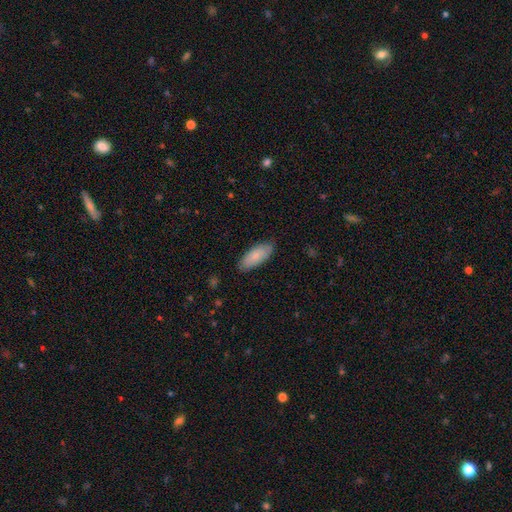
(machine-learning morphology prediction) smooth-or-featured: smooth: 83% | featured or disk: 11% | star or artifact: 5%
  how-rounded: in between: 83% | cigar-shaped: 16% | round: 2%
  merging: none: 84% | minor disturbance: 13% | major disturbance: 2% | merger: 1%